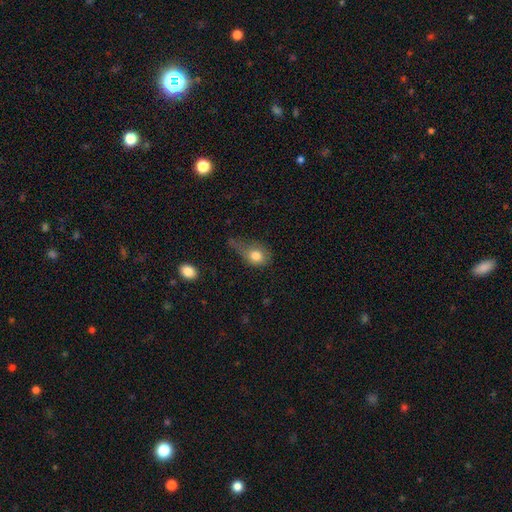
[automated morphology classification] type=smooth (79%); roundness=in between (54%); merging=major disturbance (36%).